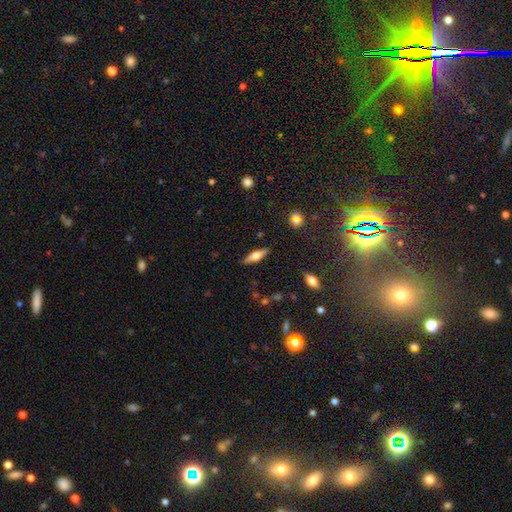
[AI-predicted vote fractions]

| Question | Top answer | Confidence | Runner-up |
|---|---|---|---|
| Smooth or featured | smooth | 51% | featured or disk (41%) |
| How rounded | cigar-shaped | 53% | in between (44%) |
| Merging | none | 87% | minor disturbance (9%) |